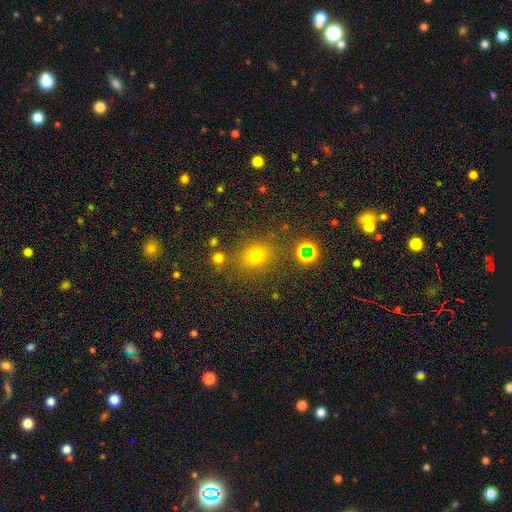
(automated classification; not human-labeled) smooth-or-featured: smooth: 69% | star or artifact: 23% | featured or disk: 8%
  how-rounded: round: 69% | in between: 30% | cigar-shaped: 1%
  merging: none: 78% | minor disturbance: 11% | merger: 6% | major disturbance: 5%